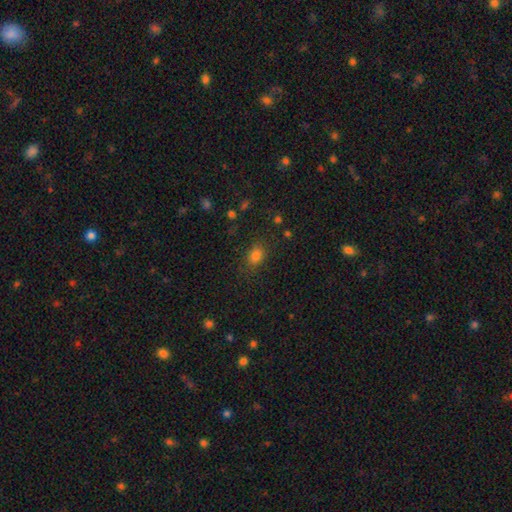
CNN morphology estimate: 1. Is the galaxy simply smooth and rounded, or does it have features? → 80% smooth, 14% star or artifact, 5% featured or disk.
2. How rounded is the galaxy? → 67% in between, 31% round, 2% cigar-shaped.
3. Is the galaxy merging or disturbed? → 78% none, 14% minor disturbance, 6% major disturbance, 2% merger.